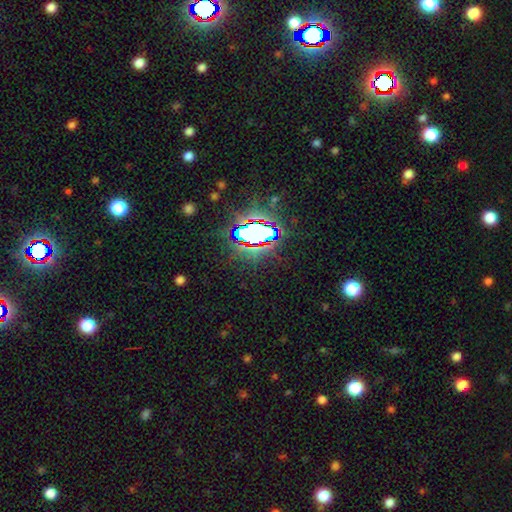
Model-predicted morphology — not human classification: This is clearly a star or artifact rather than a galaxy (83%).